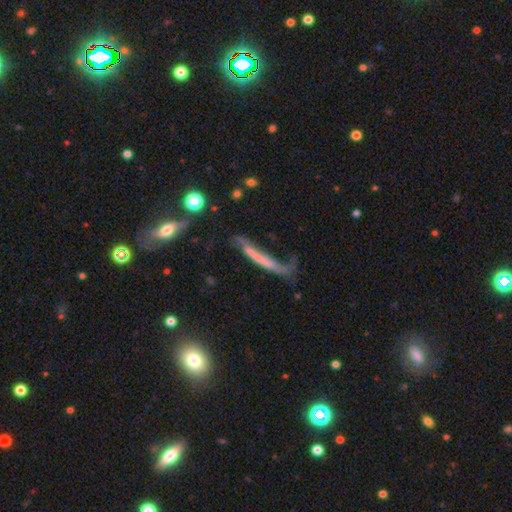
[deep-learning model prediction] Overall: featured or disk (47%; smooth 37%). Merging: none (41%; major disturbance 30%).